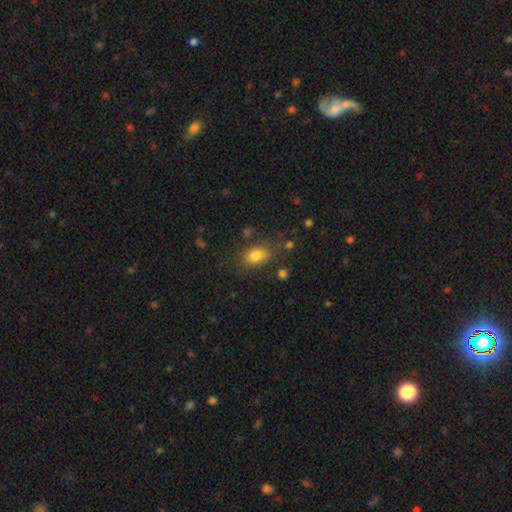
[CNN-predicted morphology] The model was most divided on "how rounded": in between: 76%, round: 22%, cigar-shaped: 2%. More confident: smooth or featured — smooth (80%); merging — none (72%).